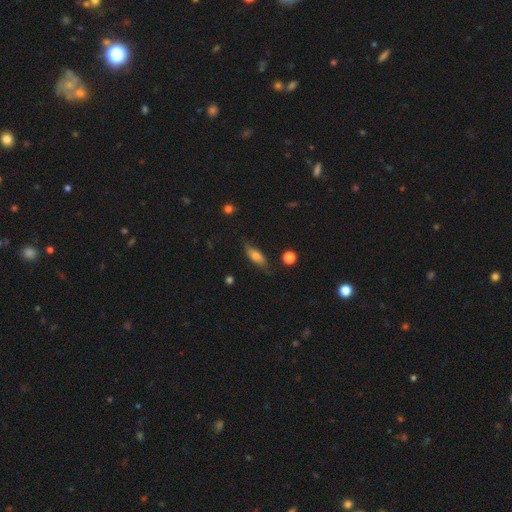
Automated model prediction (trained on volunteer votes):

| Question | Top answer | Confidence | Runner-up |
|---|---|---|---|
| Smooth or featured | smooth | 71% | featured or disk (21%) |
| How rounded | in between | 63% | cigar-shaped (34%) |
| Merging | none | 72% | minor disturbance (21%) |